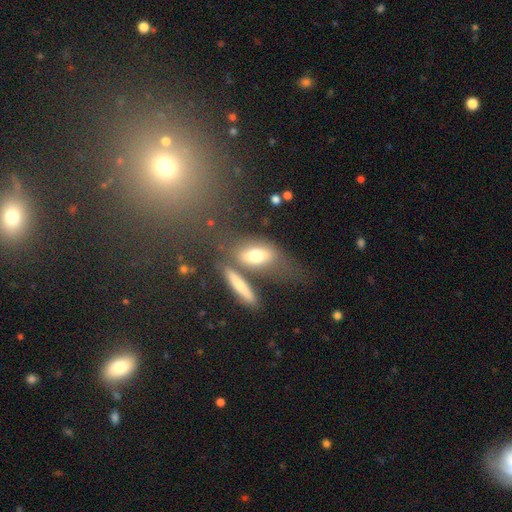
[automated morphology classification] type=smooth (68%); roundness=in between (76%); merging=none (47%).